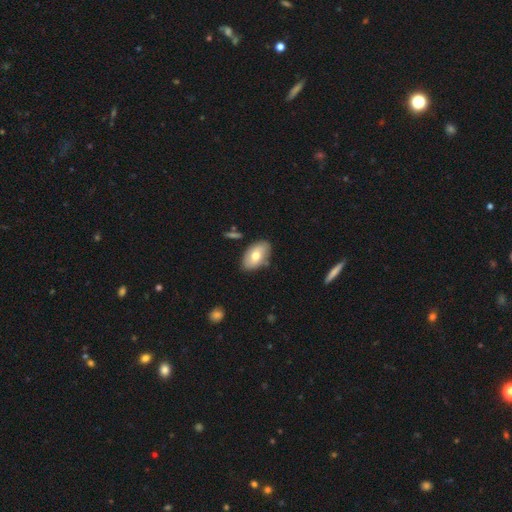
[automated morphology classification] Overall: smooth (66%; featured or disk 27%). How rounded: in between (92%). Merging: none (78%).